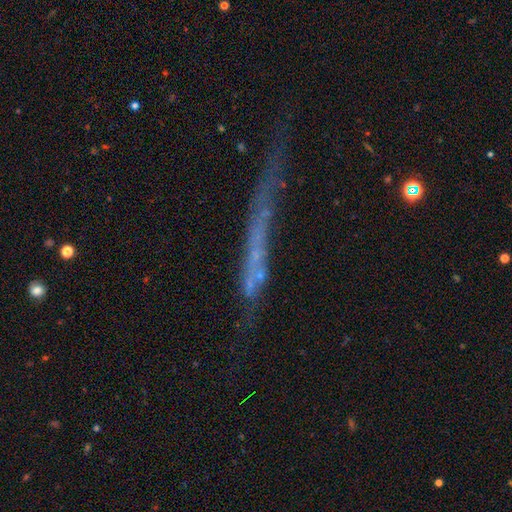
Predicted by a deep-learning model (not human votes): Smooth or featured: featured or disk — 51% (smooth — 31%)
Edge-on disk: yes — 74% (no — 26%)
Merging: none — 53% (minor disturbance — 23%)